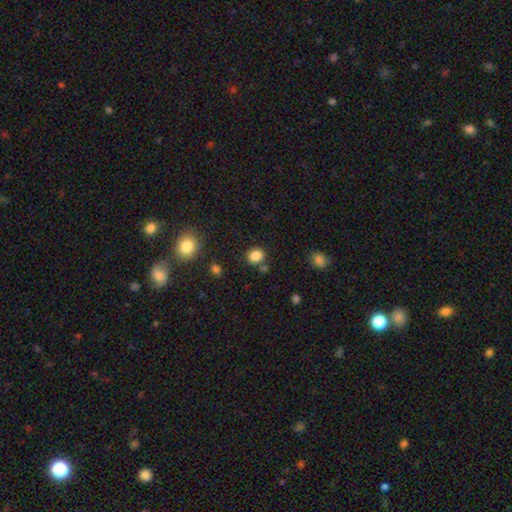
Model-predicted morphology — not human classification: Smooth or featured: smooth — 84% (star or artifact — 11%)
How rounded: round — 73% (in between — 27%)
Merging: none — 77% (minor disturbance — 11%)